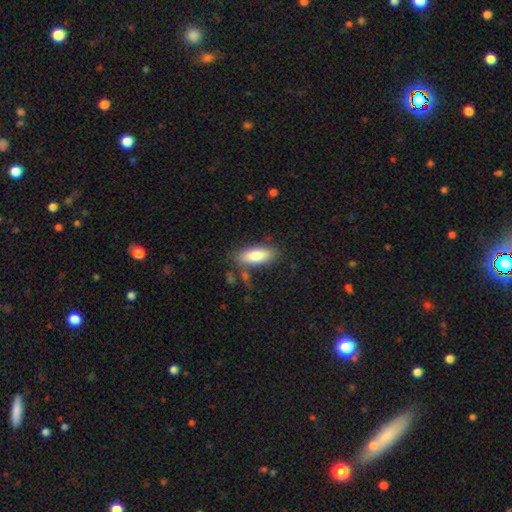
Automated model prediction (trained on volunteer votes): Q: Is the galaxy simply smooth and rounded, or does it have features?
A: smooth — 84%.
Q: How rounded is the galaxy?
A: in between — 75%.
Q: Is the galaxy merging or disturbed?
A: none — 76%.